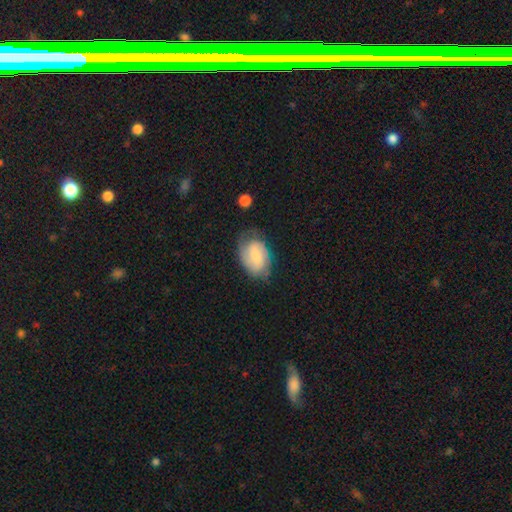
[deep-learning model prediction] Q: Smooth or featured?
A: featured or disk (48%); runner-up: smooth (45%)
Q: Merging?
A: none (61%); runner-up: minor disturbance (27%)